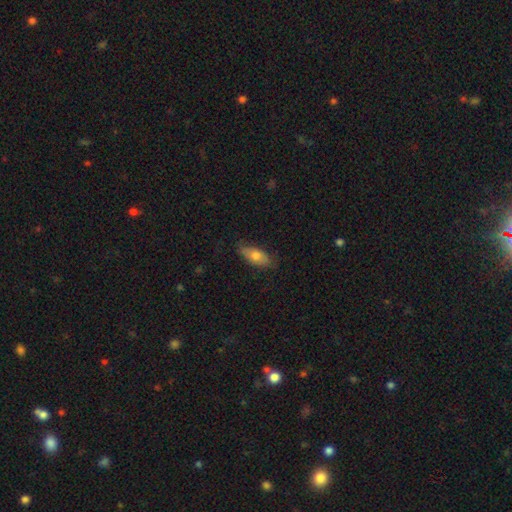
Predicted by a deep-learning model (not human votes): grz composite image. It shows a smooth galaxy with no disk features (71%) that is in between round and cigar-shaped (80%). Merging: none (77%).